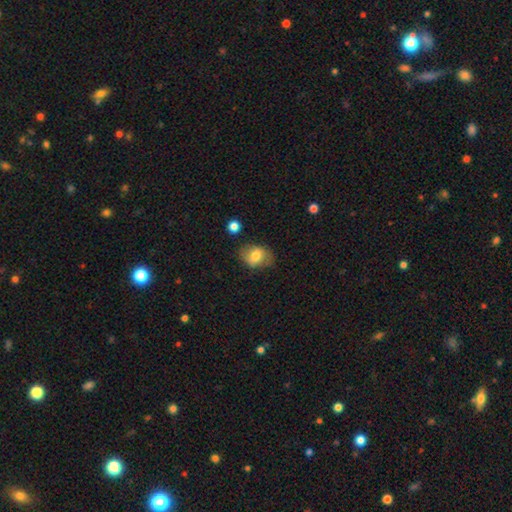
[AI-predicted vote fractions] Q: Smooth or featured?
A: smooth (70%); runner-up: featured or disk (22%)
Q: How rounded?
A: in between (67%); runner-up: round (32%)
Q: Merging?
A: none (71%); runner-up: minor disturbance (20%)